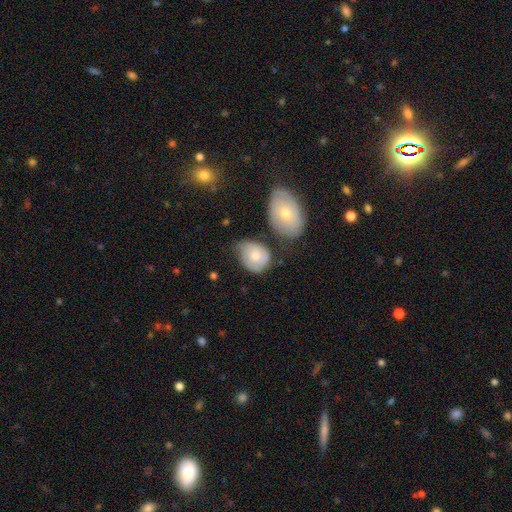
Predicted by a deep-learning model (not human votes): smooth-or-featured: smooth: 60% | featured or disk: 34% | star or artifact: 6%
  how-rounded: round: 50% | in between: 49% | cigar-shaped: 1%
  merging: none: 47% | minor disturbance: 31% | major disturbance: 11% | merger: 11%